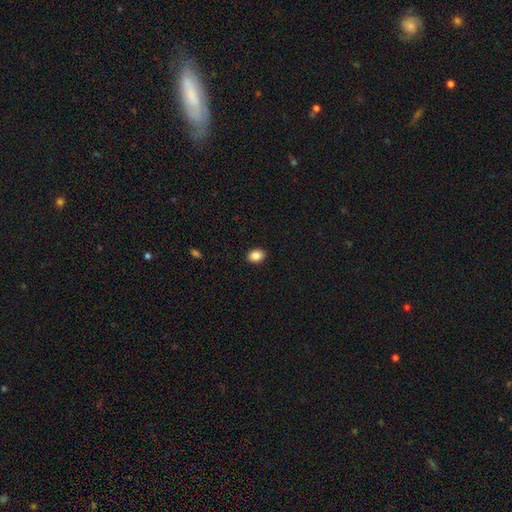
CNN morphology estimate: Smooth or featured: smooth — 87% (star or artifact — 9%)
How rounded: in between — 71% (round — 28%)
Merging: none — 90% (minor disturbance — 7%)